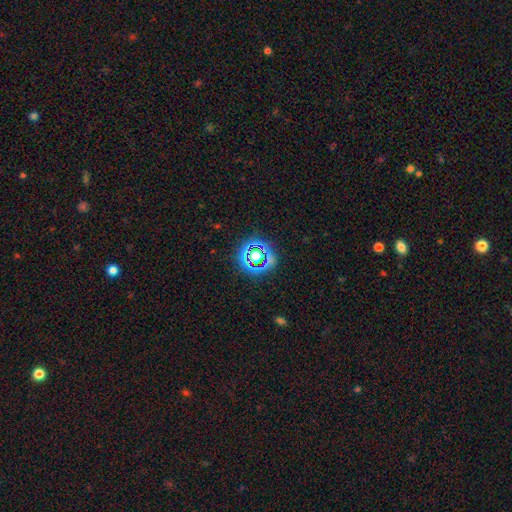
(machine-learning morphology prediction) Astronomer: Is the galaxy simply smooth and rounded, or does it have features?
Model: star or artifact — 63%.